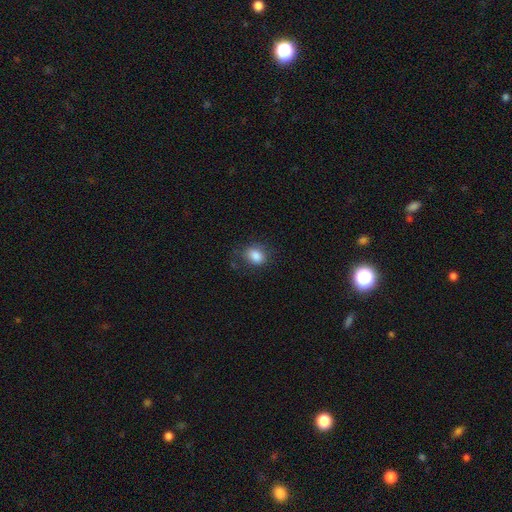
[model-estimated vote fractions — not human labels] Overall: smooth (85%). How rounded: in between (59%; round 40%). Merging: none (76%).